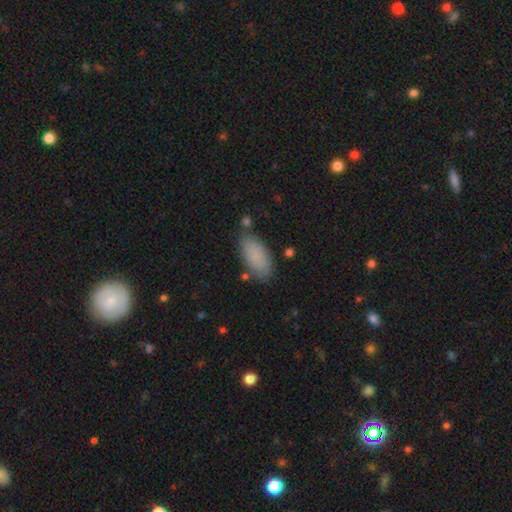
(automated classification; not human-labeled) Smooth or featured? Predicted: smooth (p=0.84). How rounded? Predicted: in between (p=0.91). Merging? Predicted: none (p=0.78).